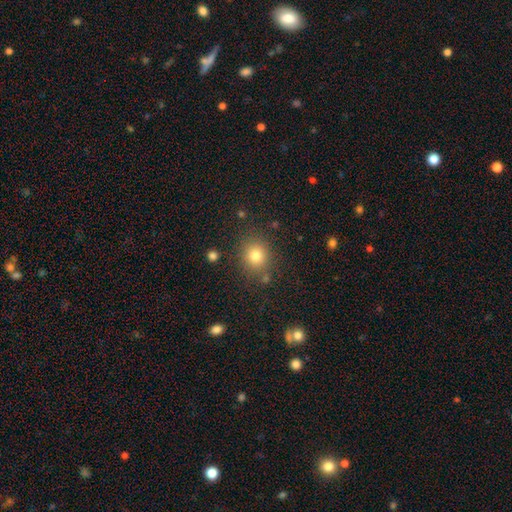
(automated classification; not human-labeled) A smooth galaxy with no disk features (80%) that is round (80%). Merging: none (82%).